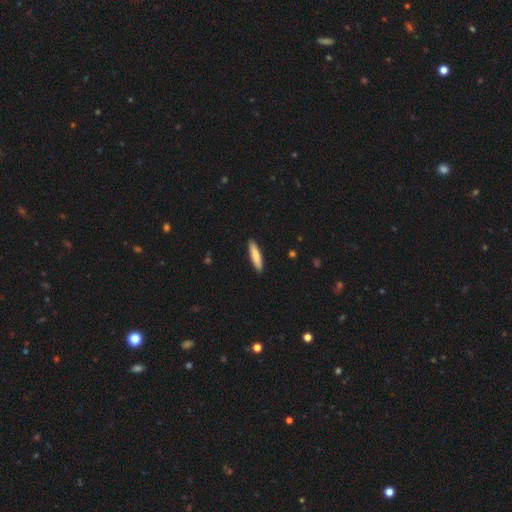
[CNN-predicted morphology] Q: Smooth or featured?
A: smooth (77%); runner-up: featured or disk (17%)
Q: How rounded?
A: cigar-shaped (79%); runner-up: in between (19%)
Q: Merging?
A: none (91%); runner-up: minor disturbance (7%)